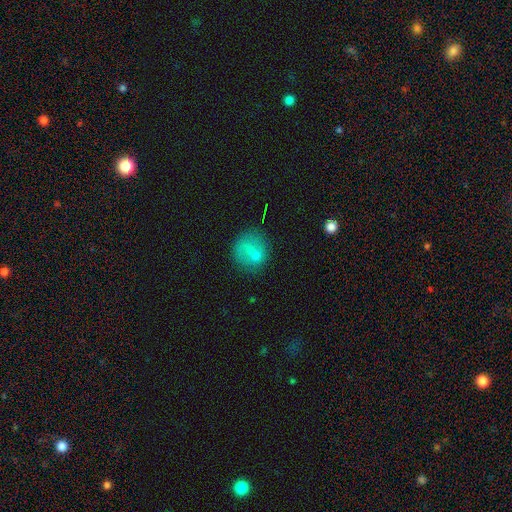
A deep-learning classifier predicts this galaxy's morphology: smooth_or_featured: smooth (p=0.58) [alt: featured or disk p=0.25]
how_rounded: round (p=0.82) [alt: in between p=0.16]
merging: none (p=0.66) [alt: minor disturbance p=0.15]